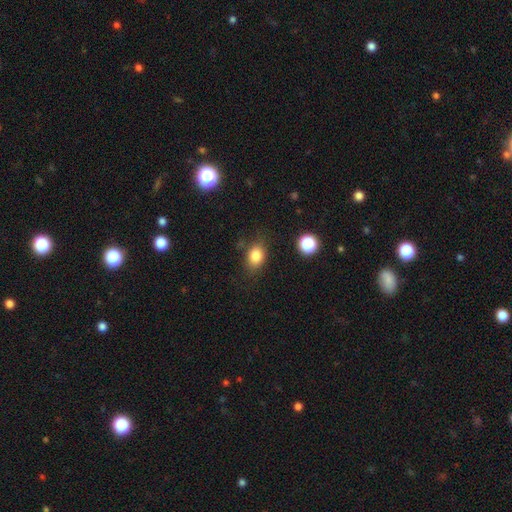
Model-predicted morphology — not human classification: smooth-or-featured: smooth: 82% | star or artifact: 10% | featured or disk: 8%
  how-rounded: in between: 71% | round: 28% | cigar-shaped: 1%
  merging: none: 77% | minor disturbance: 16% | major disturbance: 5% | merger: 3%